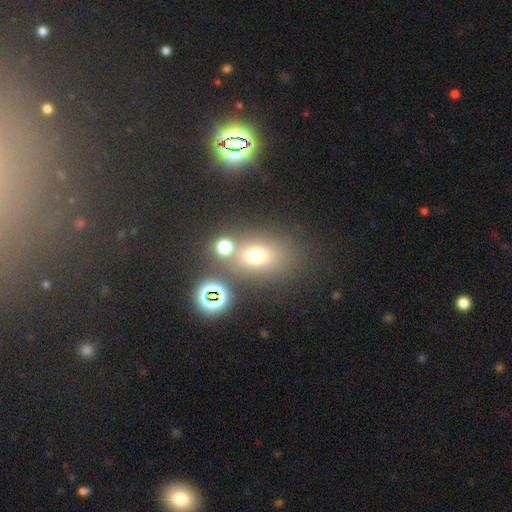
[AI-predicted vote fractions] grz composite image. It shows a smooth galaxy with no disk features (60%) that is in between round and cigar-shaped (58%). Merging: none (65%).